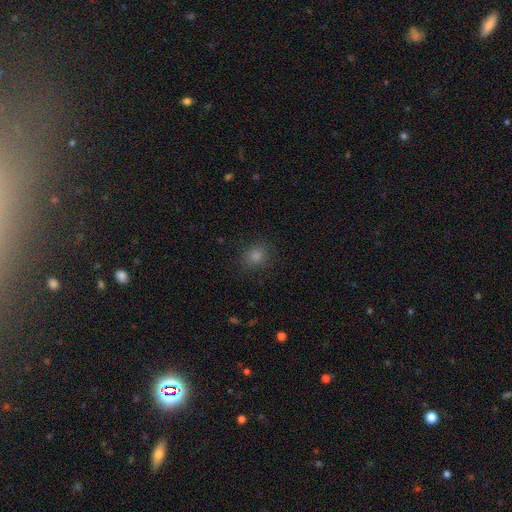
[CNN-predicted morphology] Smooth or featured? Predicted: smooth (p=0.75). How rounded? Predicted: round (p=0.78). Merging? Predicted: none (p=0.88).